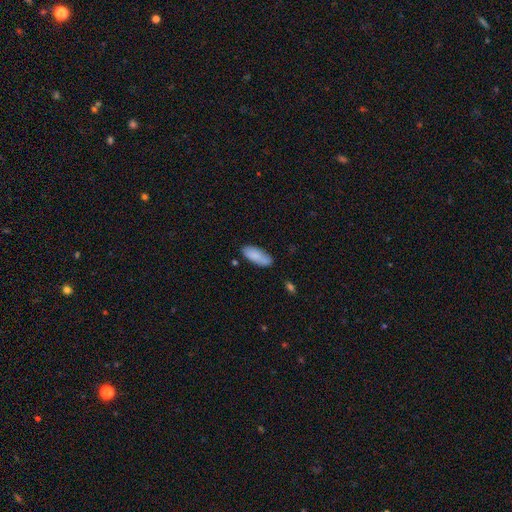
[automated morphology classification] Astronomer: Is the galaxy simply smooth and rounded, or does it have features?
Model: smooth — 86%.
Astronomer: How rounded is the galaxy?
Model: in between — 76%.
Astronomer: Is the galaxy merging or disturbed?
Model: none — 77%.